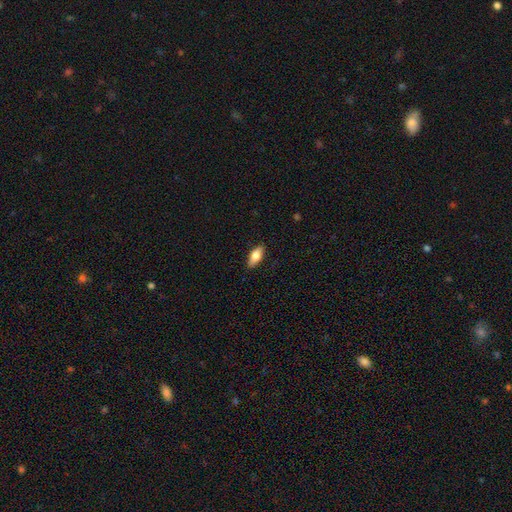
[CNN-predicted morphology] This appears to be a smooth galaxy with no disk features (74%) that is in between round and cigar-shaped (82%). Merging: none (87%).